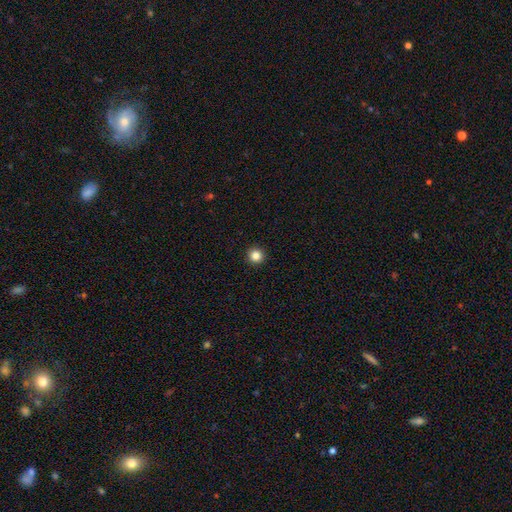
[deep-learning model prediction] Smooth or featured? smooth (85%)
How rounded? round (96%)
Merging? none (94%)